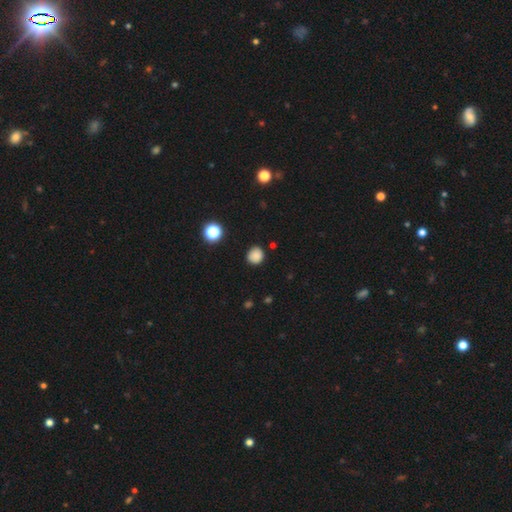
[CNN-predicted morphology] Overall: smooth (84%). How rounded: round (86%). Merging: none (86%).